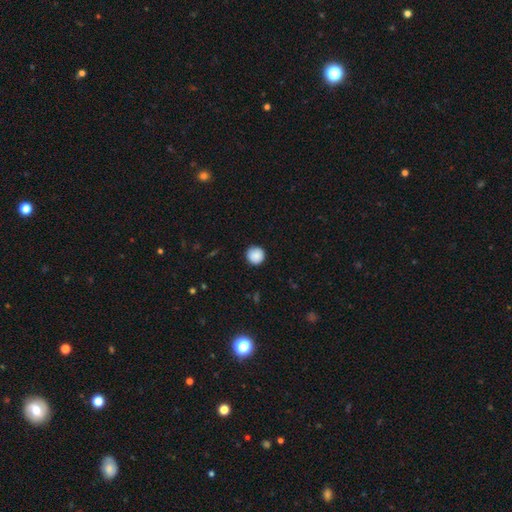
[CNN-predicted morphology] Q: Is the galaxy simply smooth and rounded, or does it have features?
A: smooth — 89%.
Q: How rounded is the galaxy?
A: round — 96%.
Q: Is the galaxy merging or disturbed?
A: none — 91%.